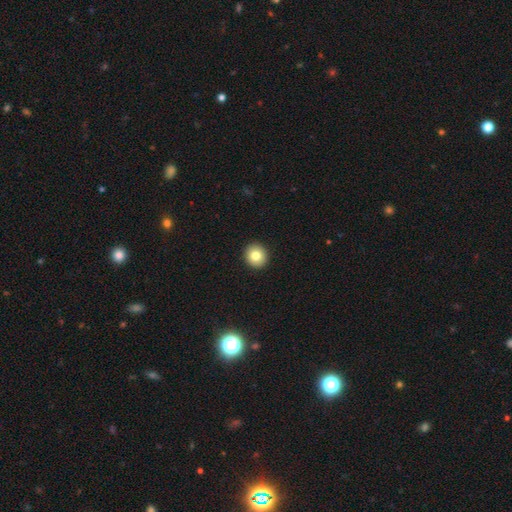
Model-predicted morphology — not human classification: Smooth or featured?
  - smooth: 81% *
  - featured or disk: 10%
  - star or artifact: 9%
How rounded?
  - round: 87% *
  - in between: 12%
  - cigar-shaped: 1%
Merging?
  - none: 93% *
  - minor disturbance: 5%
  - major disturbance: 1%
  - merger: 1%